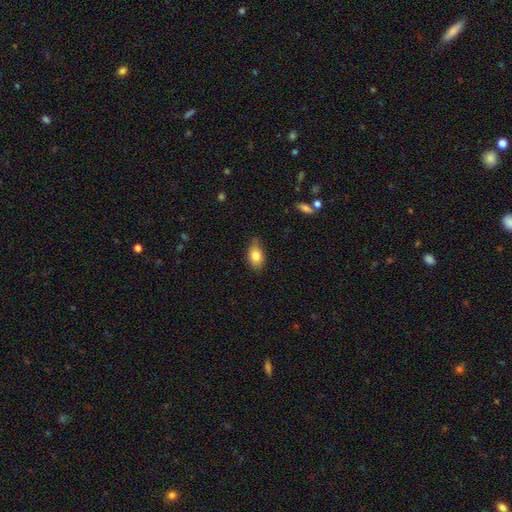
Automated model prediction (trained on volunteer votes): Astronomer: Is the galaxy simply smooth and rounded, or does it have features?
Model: smooth — 81%.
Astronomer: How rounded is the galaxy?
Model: in between — 85%.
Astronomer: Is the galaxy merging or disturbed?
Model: none — 73%.